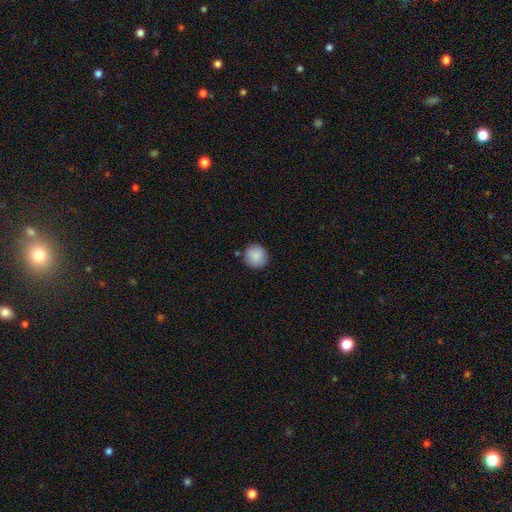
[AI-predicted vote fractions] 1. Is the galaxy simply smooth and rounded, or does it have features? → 89% smooth, 7% star or artifact, 4% featured or disk.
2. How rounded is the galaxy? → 95% round, 4% in between, 1% cigar-shaped.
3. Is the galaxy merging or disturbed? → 88% none, 8% minor disturbance, 3% merger, 2% major disturbance.